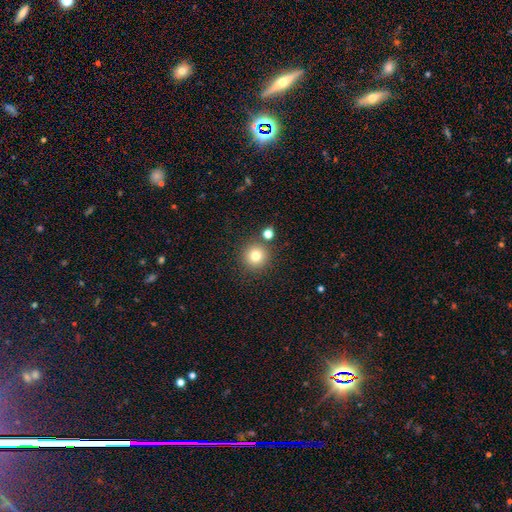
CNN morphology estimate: A smooth galaxy with no disk features (80%) that is round (95%). Merging: none (83%).